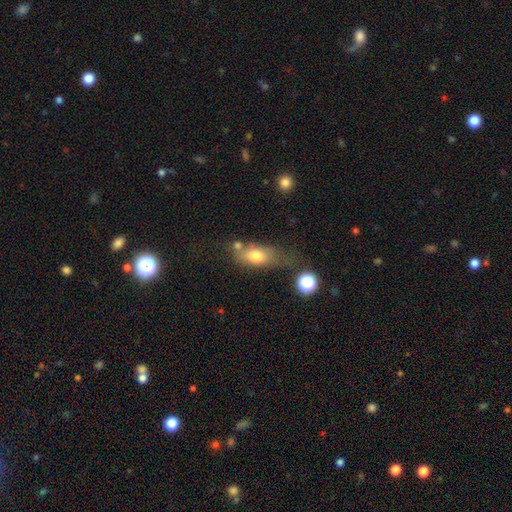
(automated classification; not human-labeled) Smooth or featured?
  - smooth: 72% *
  - featured or disk: 19%
  - star or artifact: 9%
How rounded?
  - in between: 78% *
  - cigar-shaped: 12%
  - round: 10%
Merging?
  - none: 44% *
  - minor disturbance: 26%
  - merger: 17%
  - major disturbance: 14%